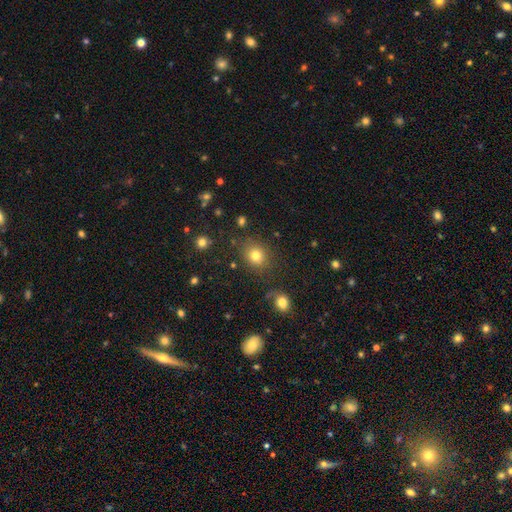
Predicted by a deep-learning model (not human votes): Smooth or featured? Predicted: smooth (p=0.78). How rounded? Predicted: round (p=0.72). Merging? Predicted: none (p=0.82).